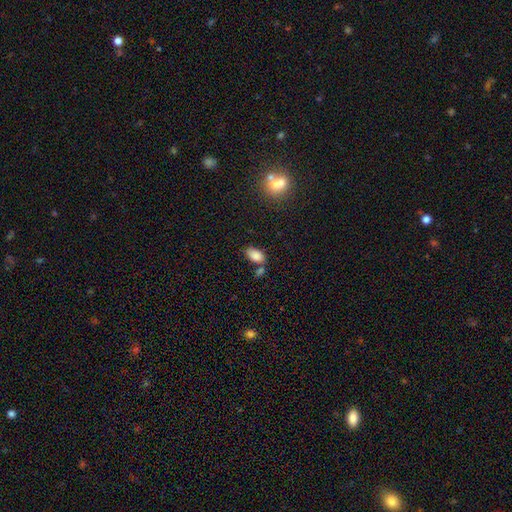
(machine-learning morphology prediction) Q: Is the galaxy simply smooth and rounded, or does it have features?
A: smooth — 84%.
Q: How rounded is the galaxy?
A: in between — 92%.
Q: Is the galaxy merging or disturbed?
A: none — 55%.